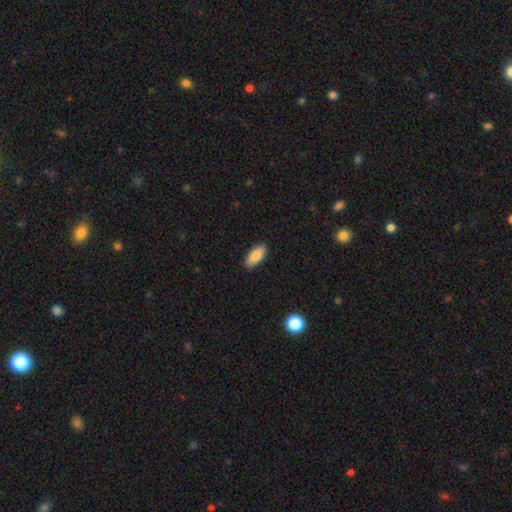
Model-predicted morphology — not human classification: This is clearly a smooth galaxy (86%). How rounded: clearly in between (89%). Merging: clearly none (90%).